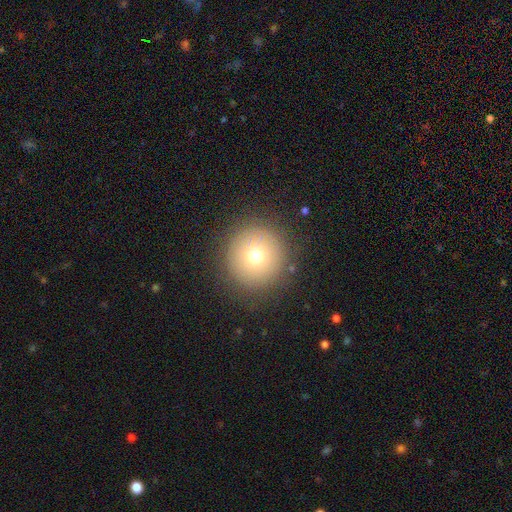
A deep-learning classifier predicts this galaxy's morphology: Smooth or featured? smooth (71%)
How rounded? round (96%)
Merging? none (89%)